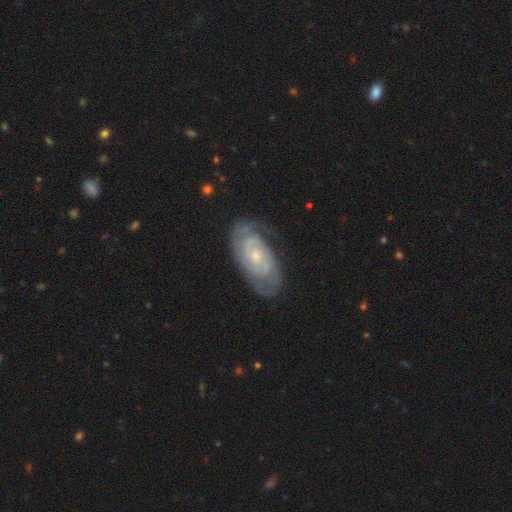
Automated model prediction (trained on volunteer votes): Smooth or featured: featured or disk — 85% (smooth — 10%)
Edge-on disk: no — 95% (yes — 5%)
Bar: no — 70% (weak — 25%)
Spiral arms: yes — 94% (no — 6%)
Spiral winding: tight — 72% (medium — 22%)
Spiral arm count: 2 — 53% (can't tell — 27%)
Bulge size: small — 68% (moderate — 28%)
Merging: none — 75% (minor disturbance — 17%)